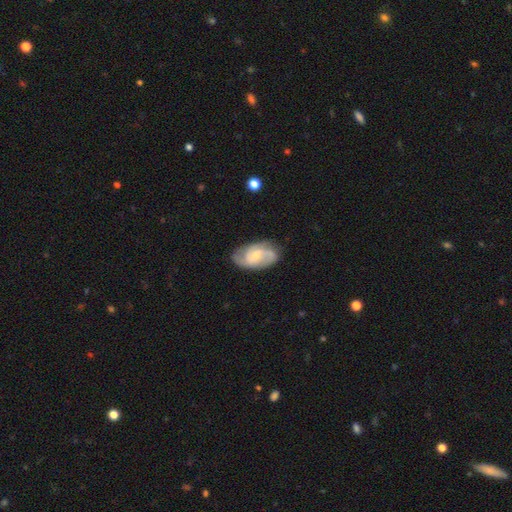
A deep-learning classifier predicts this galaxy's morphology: This is likely a featured or disk galaxy (78%). It is clearly not viewed edge-on (97%). Bar: possibly weak (51%). Spiral arm pattern: clearly yes (94%). Spiral arm count: possibly 2 (59%). Spiral winding: possibly medium (49%). Central bulge: possibly small (58%). Merging: likely none (74%).